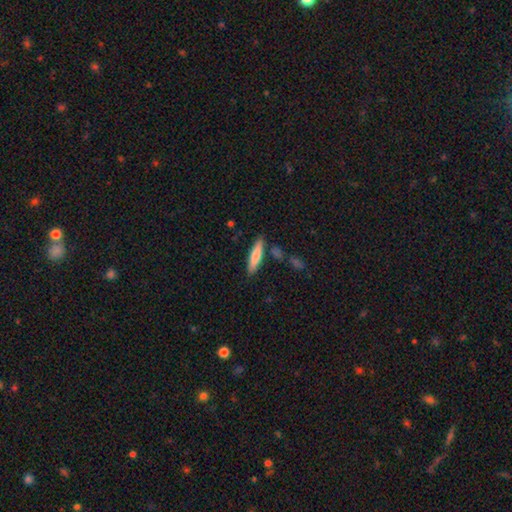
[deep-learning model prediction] This appears to be a smooth galaxy with no disk features (75%) that is cigar-shaped (78%). Merging: none (81%).